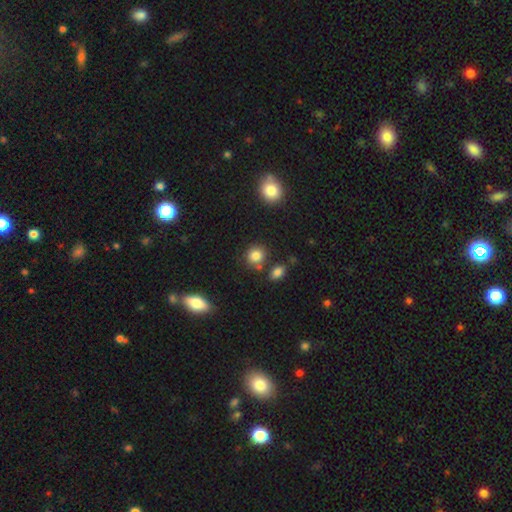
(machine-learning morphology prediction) type=smooth (83%); roundness=round (81%); merging=none (77%).